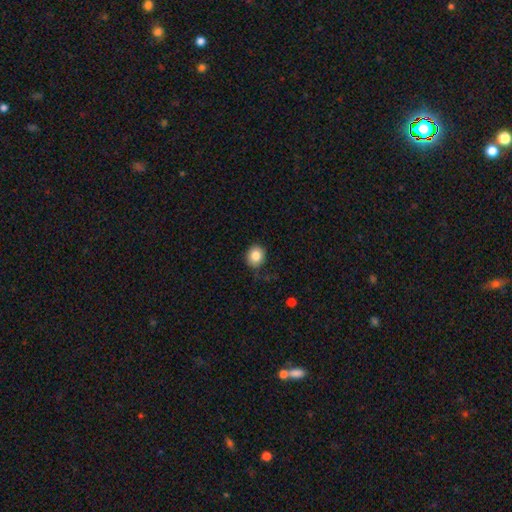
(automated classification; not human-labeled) A smooth galaxy with no disk features (84%) that is round (77%). Merging: none (84%).